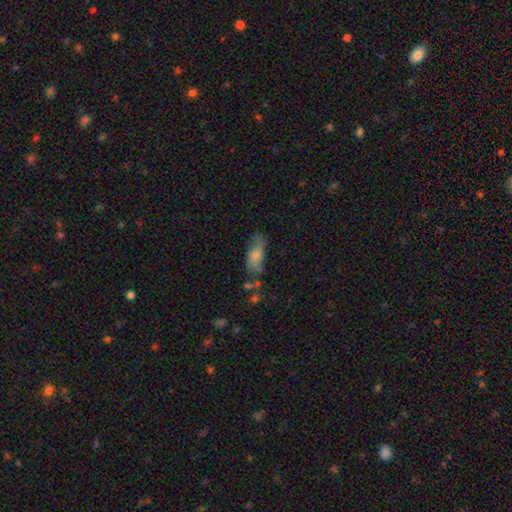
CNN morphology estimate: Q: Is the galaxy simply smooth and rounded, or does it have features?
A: smooth — 65%.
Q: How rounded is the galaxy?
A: in between — 81%.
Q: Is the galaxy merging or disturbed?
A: none — 48%.